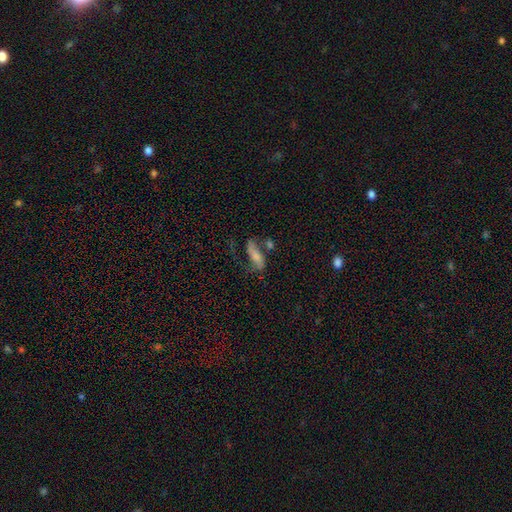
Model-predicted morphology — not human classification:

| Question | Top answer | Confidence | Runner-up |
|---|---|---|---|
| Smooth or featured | smooth | 48% | featured or disk (43%) |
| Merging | none | 39% | major disturbance (23%) |